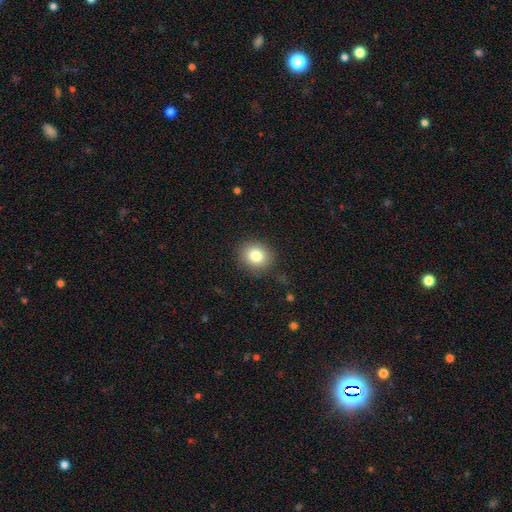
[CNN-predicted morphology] smooth_or_featured: smooth (p=0.81) [alt: star or artifact p=0.10]
how_rounded: round (p=0.73) [alt: in between p=0.26]
merging: none (p=0.86) [alt: minor disturbance p=0.10]